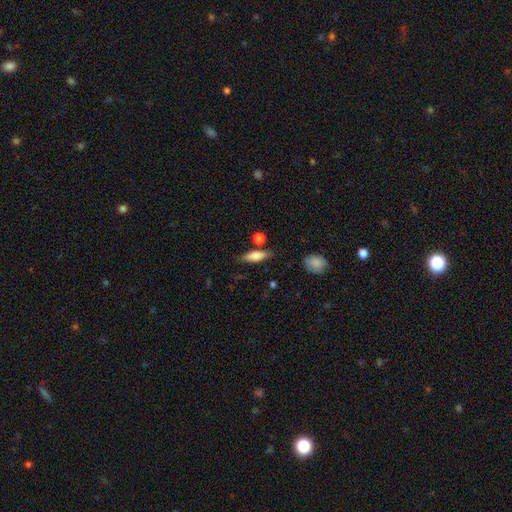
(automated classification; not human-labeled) Morphology: type=smooth (75%); roundness=in between (53%); merging=none (76%).